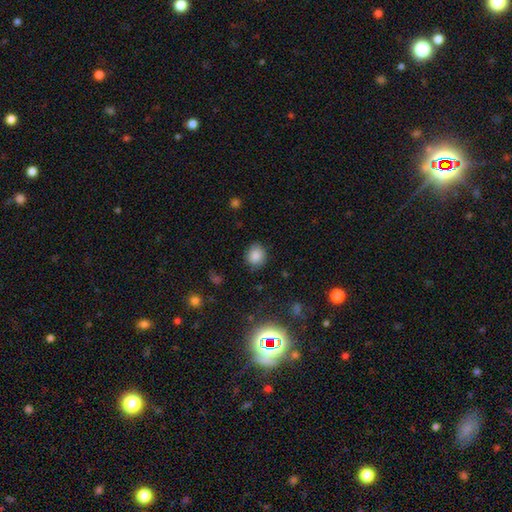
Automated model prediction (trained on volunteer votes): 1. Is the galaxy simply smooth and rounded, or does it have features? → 85% smooth, 10% star or artifact, 5% featured or disk.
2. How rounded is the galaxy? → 75% round, 24% in between, 1% cigar-shaped.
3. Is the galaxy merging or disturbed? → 82% none, 13% minor disturbance, 3% major disturbance, 1% merger.